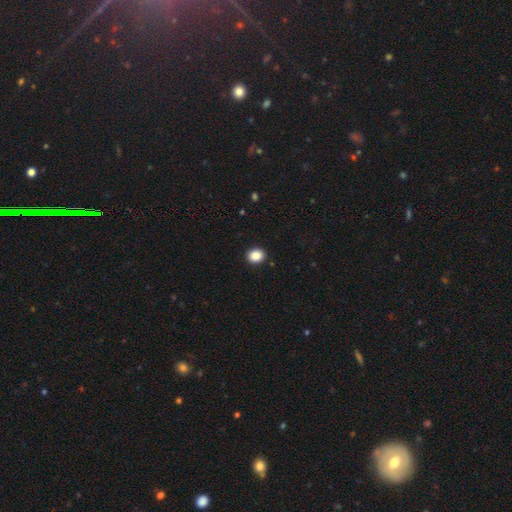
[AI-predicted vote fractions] smooth-or-featured: smooth: 89% | star or artifact: 9% | featured or disk: 3%
  how-rounded: round: 60% | in between: 39% | cigar-shaped: 1%
  merging: none: 91% | minor disturbance: 6% | major disturbance: 2% | merger: 1%